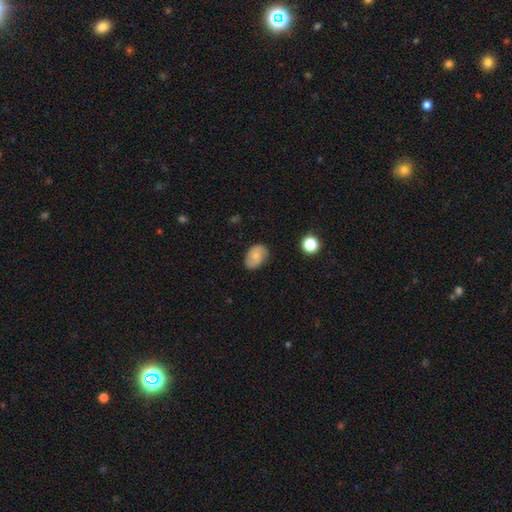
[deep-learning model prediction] Morphology: type=smooth (64%); roundness=in between (81%); merging=none (80%).